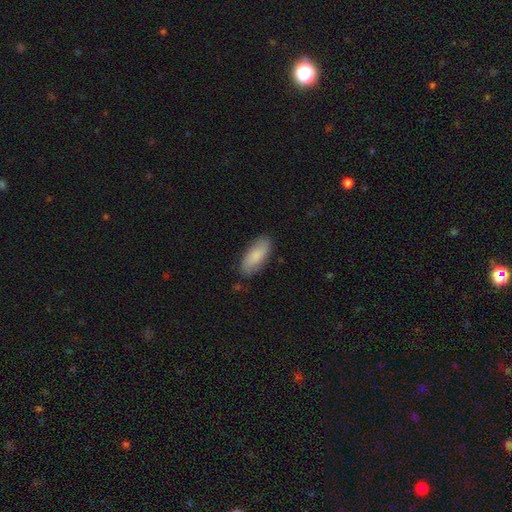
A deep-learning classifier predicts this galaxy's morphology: A smooth galaxy with no disk features (83%) that is in between round and cigar-shaped (81%). Merging: none (83%).